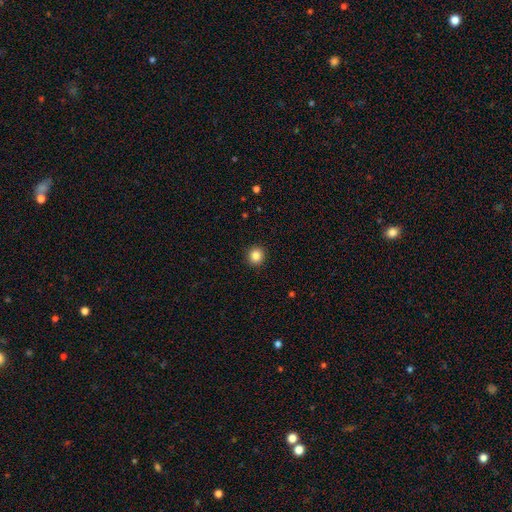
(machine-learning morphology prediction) smooth_or_featured: smooth (p=0.85) [alt: star or artifact p=0.10]
how_rounded: round (p=0.92) [alt: in between p=0.07]
merging: none (p=0.93) [alt: minor disturbance p=0.05]